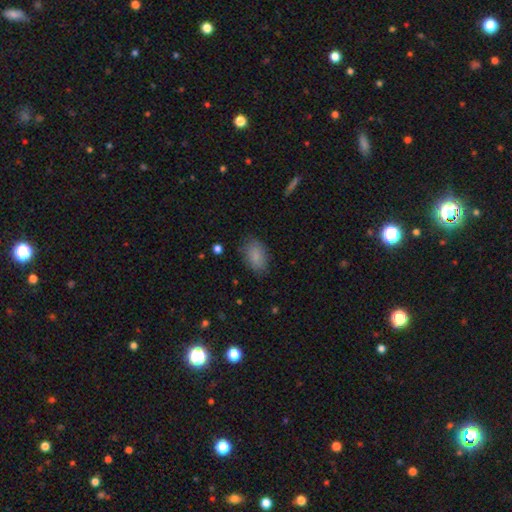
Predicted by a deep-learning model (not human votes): The model was most divided on "merging": none: 78%, minor disturbance: 16%, major disturbance: 4%, merger: 1%. More confident: how rounded — in between (89%); smooth or featured — smooth (85%).